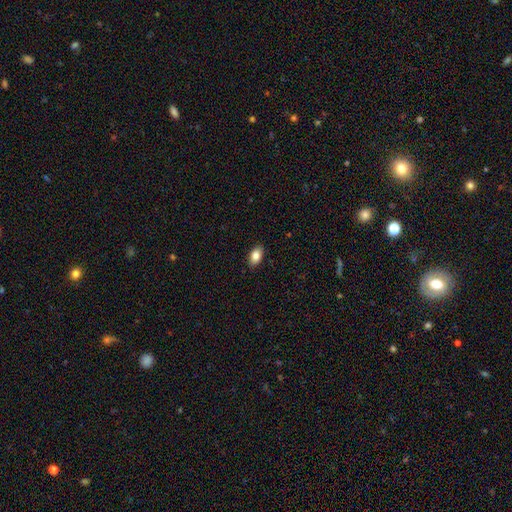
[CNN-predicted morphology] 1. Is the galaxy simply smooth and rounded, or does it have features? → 84% smooth, 8% featured or disk, 8% star or artifact.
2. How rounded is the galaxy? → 92% in between, 6% round, 2% cigar-shaped.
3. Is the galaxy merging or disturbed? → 89% none, 8% minor disturbance, 2% major disturbance, 1% merger.